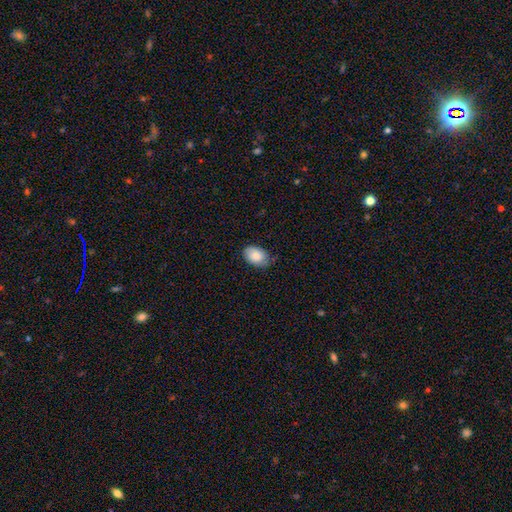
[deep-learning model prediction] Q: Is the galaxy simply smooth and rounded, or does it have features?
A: smooth — 84%.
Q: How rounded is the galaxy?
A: in between — 87%.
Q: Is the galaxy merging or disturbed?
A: none — 63%.